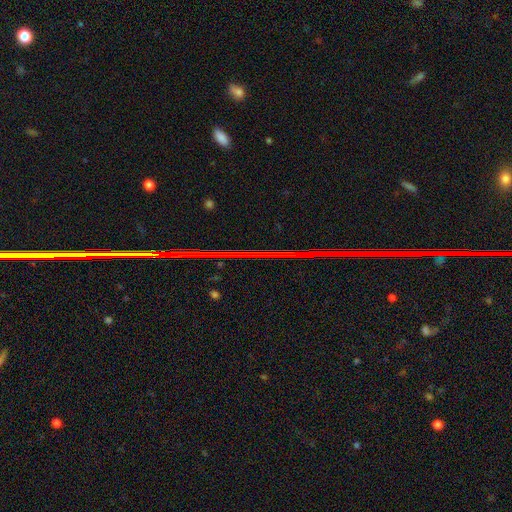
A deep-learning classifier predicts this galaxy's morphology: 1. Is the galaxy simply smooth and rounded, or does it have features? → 83% star or artifact, 9% featured or disk, 8% smooth.